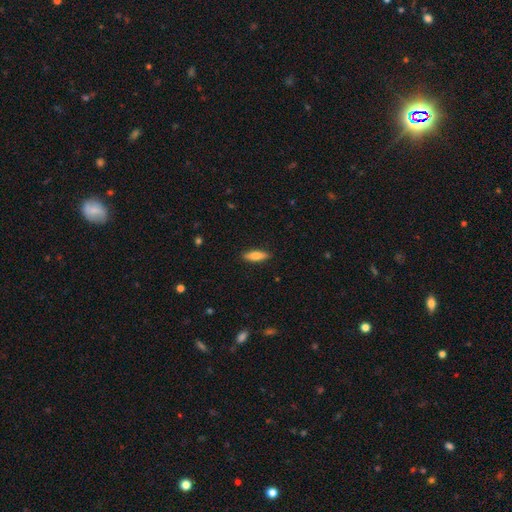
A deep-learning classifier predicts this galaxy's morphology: Overall: smooth (77%). How rounded: in between (51%; cigar-shaped 47%). Merging: none (89%).